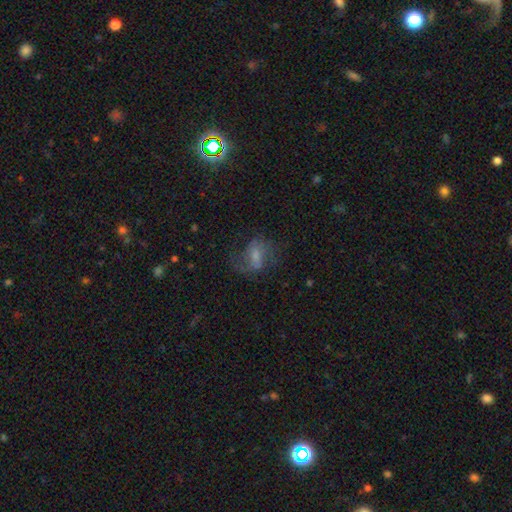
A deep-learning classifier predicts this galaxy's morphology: Q: Smooth or featured?
A: featured or disk (53%); runner-up: smooth (34%)
Q: Edge-on disk?
A: no (95%); runner-up: yes (5%)
Q: Bar?
A: weak (45%); runner-up: no (33%)
Q: Spiral arms?
A: yes (79%); runner-up: no (21%)
Q: Bulge size?
A: small (42%); runner-up: moderate (36%)
Q: Merging?
A: none (55%); runner-up: major disturbance (23%)